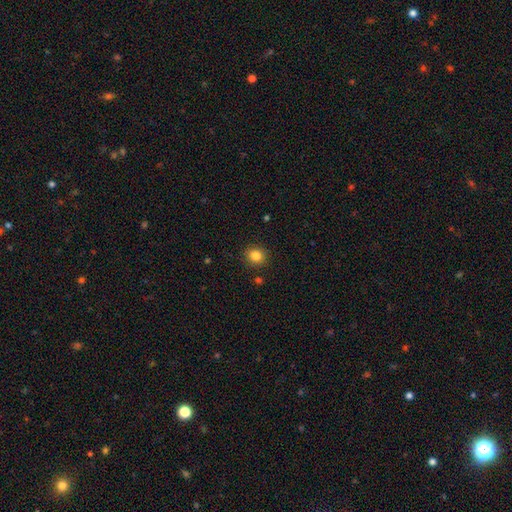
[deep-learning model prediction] Q: Smooth or featured?
A: smooth (84%); runner-up: star or artifact (11%)
Q: How rounded?
A: round (84%); runner-up: in between (15%)
Q: Merging?
A: none (90%); runner-up: minor disturbance (7%)